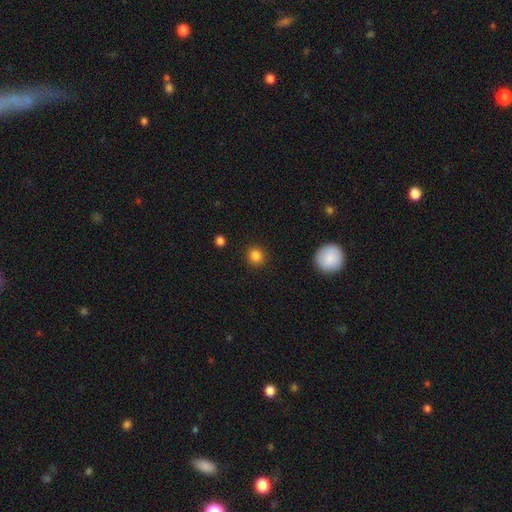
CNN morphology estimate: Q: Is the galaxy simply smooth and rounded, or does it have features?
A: smooth — 84%.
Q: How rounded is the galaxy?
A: round — 92%.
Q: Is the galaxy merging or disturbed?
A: none — 91%.